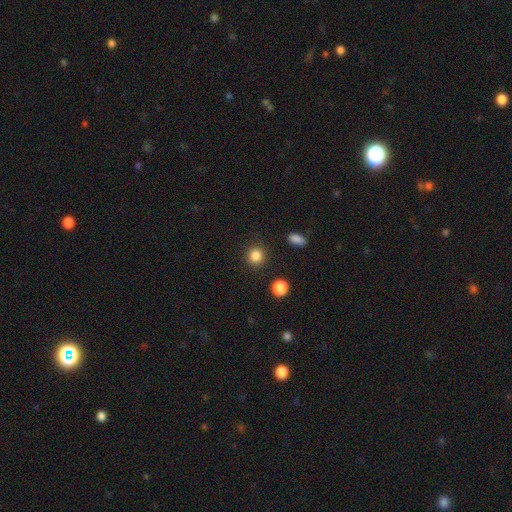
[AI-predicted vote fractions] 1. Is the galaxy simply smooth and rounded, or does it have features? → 86% smooth, 11% star or artifact, 4% featured or disk.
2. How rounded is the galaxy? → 89% round, 10% in between, 1% cigar-shaped.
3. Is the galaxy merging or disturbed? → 89% none, 6% minor disturbance, 3% major disturbance, 2% merger.